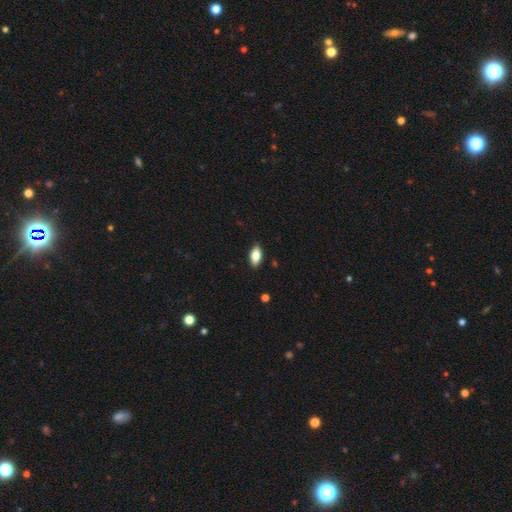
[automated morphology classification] A smooth galaxy with no disk features (82%) that is in between round and cigar-shaped (91%). Merging: none (89%).